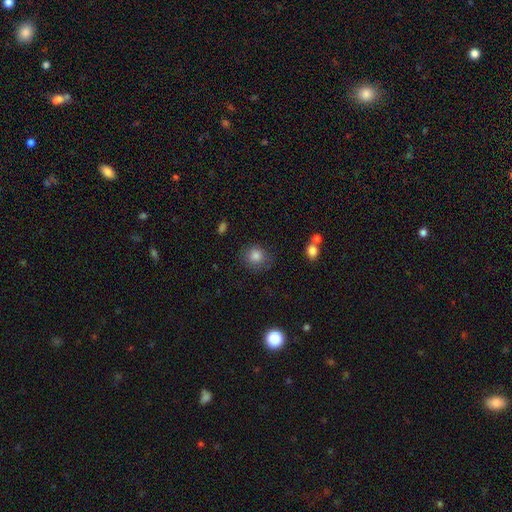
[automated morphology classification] smooth_or_featured: smooth (p=0.83) [alt: star or artifact p=0.11]
how_rounded: round (p=0.84) [alt: in between p=0.15]
merging: none (p=0.77) [alt: minor disturbance p=0.15]